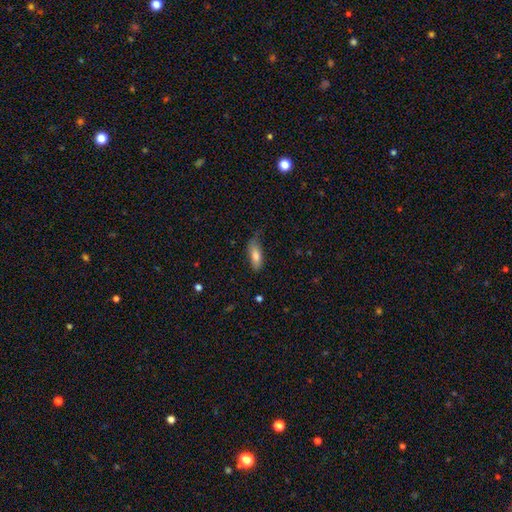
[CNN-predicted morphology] Smooth or featured? smooth (78%)
How rounded? in between (71%)
Merging? none (50%)